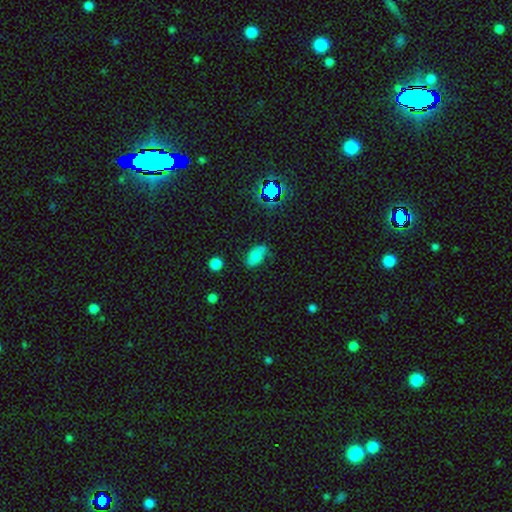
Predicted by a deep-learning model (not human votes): A smooth galaxy with no disk features (58%) that is in between round and cigar-shaped (87%). Merging: none (63%).